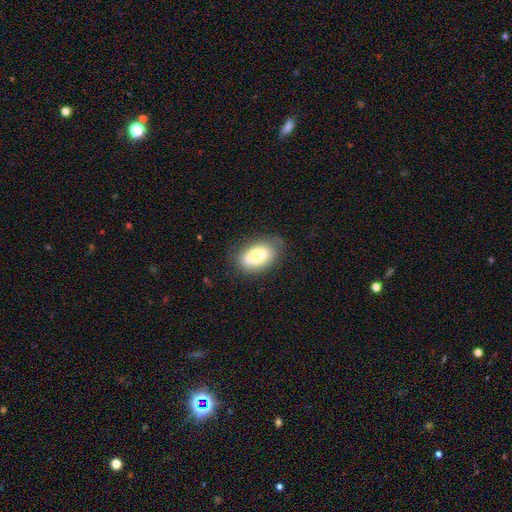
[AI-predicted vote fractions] The model was most divided on "merging": none: 71%, minor disturbance: 21%, major disturbance: 6%, merger: 2%. More confident: how rounded — in between (91%); smooth or featured — smooth (78%).